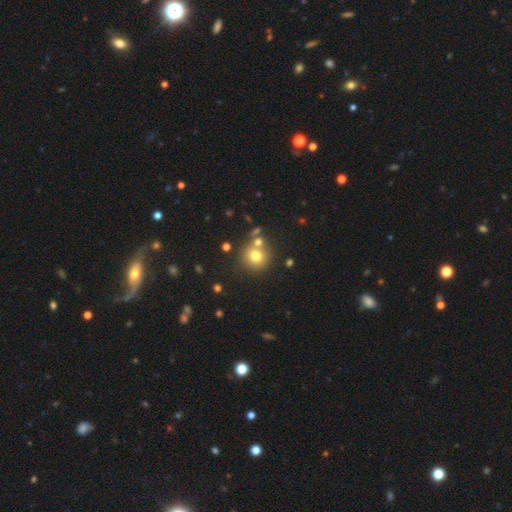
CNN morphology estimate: Overall: smooth (74%). How rounded: round (91%). Merging: none (69%).